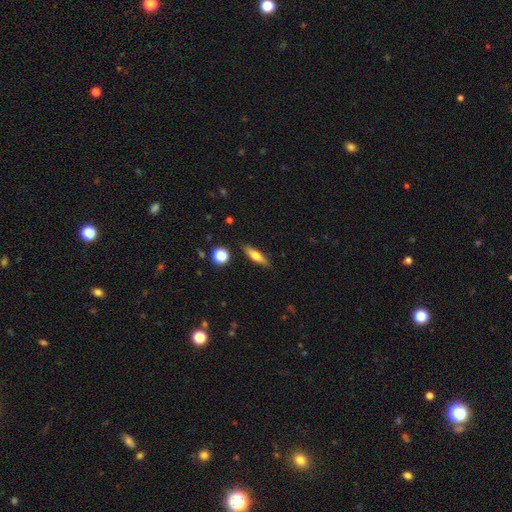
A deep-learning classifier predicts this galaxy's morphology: Smooth or featured?
  - smooth: 64% *
  - featured or disk: 29%
  - star or artifact: 8%
How rounded?
  - cigar-shaped: 60% *
  - in between: 37%
  - round: 3%
Merging?
  - none: 87% *
  - minor disturbance: 10%
  - major disturbance: 2%
  - merger: 2%